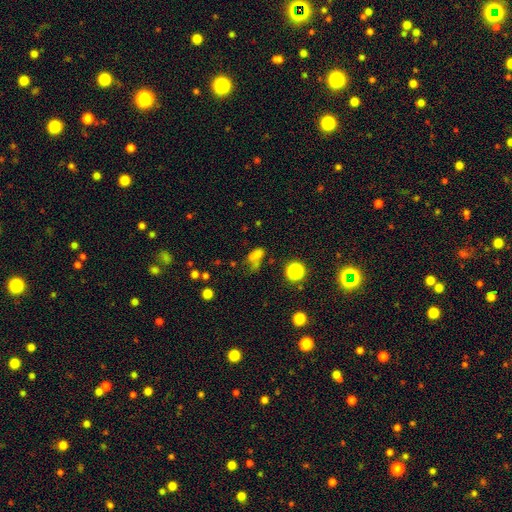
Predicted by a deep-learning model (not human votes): smooth 67%, star or artifact 22%, featured or disk 10%. Down the decision tree: how rounded — in between (76%); merging — none (43%).